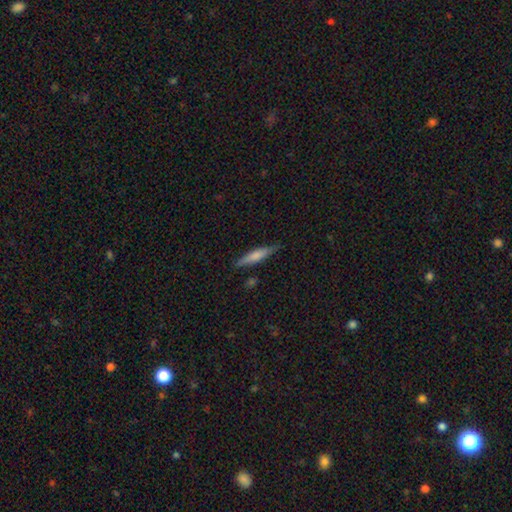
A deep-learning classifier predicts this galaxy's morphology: A smooth galaxy with no disk features (64%) that is cigar-shaped (86%). Merging: none (82%).